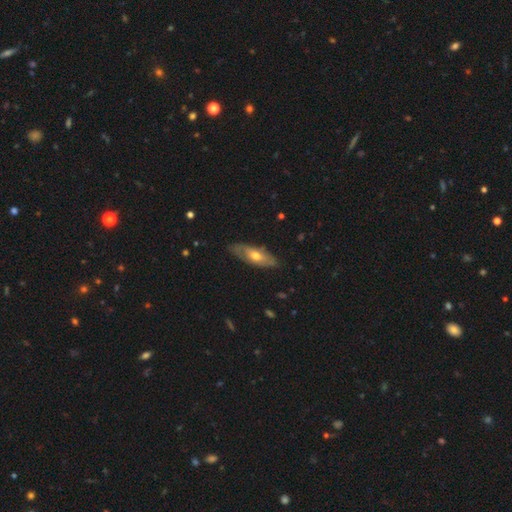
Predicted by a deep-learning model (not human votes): Q: Smooth or featured?
A: featured or disk (49%); runner-up: smooth (46%)
Q: Merging?
A: none (74%); runner-up: minor disturbance (20%)